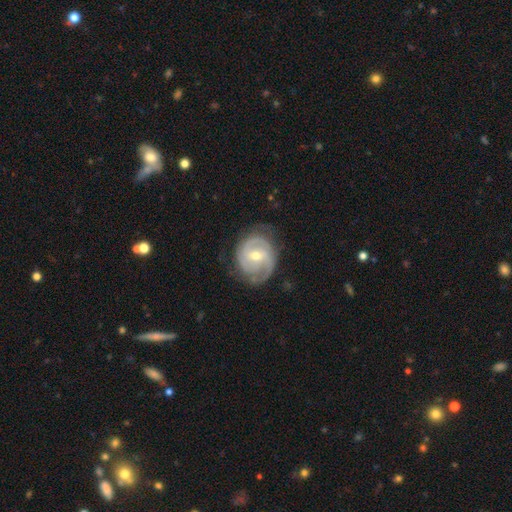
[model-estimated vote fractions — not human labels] featured or disk 86%, smooth 9%, star or artifact 5%. Down the decision tree: edge-on disk — no (98%); bar — weak (50%); spiral arms — yes (95%); spiral arm count — 2 (56%); spiral winding — tight (55%); bulge size — moderate (55%); merging — none (71%).